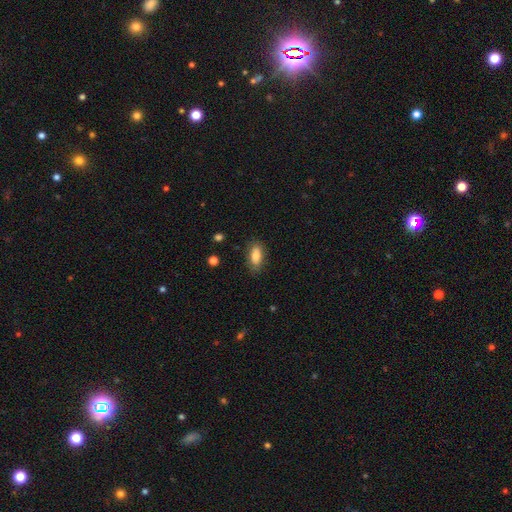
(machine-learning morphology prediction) Overall: smooth (84%). How rounded: in between (84%). Merging: none (82%).